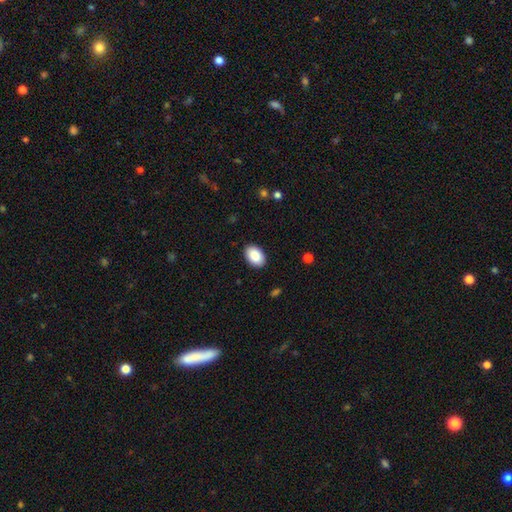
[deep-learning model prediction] Smooth or featured? smooth (89%)
How rounded? in between (88%)
Merging? none (90%)